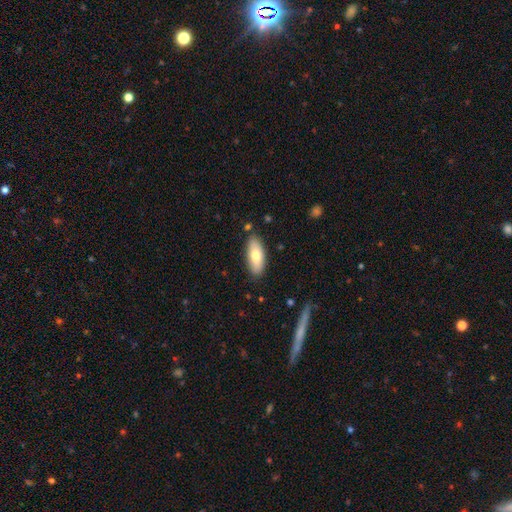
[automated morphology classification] Smooth or featured? smooth (74%)
How rounded? in between (81%)
Merging? none (84%)